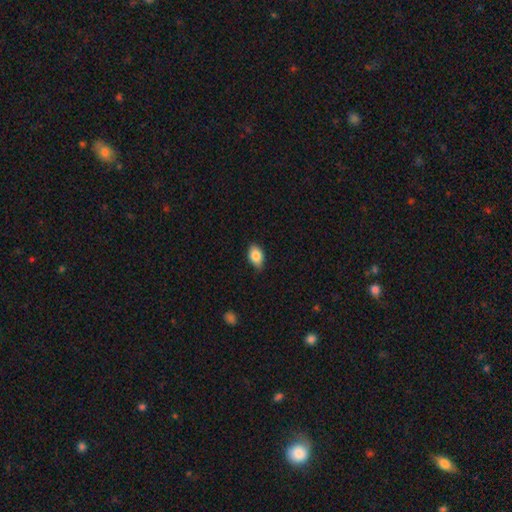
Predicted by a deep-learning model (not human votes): A smooth galaxy with no disk features (86%) that is in between round and cigar-shaped (87%). Merging: none (80%).